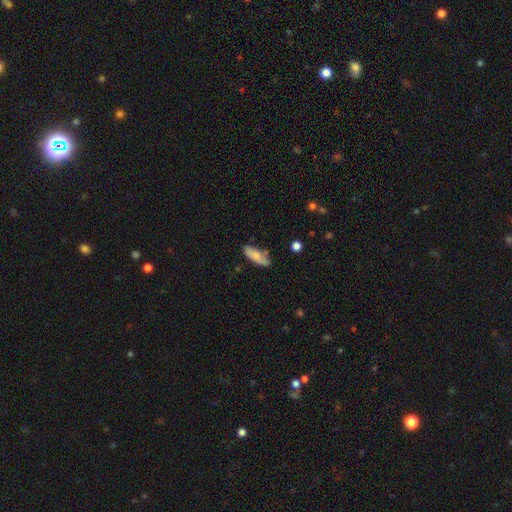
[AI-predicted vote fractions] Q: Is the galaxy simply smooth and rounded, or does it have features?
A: smooth — 72%.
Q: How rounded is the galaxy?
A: in between — 67%.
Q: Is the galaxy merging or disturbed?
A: none — 62%.